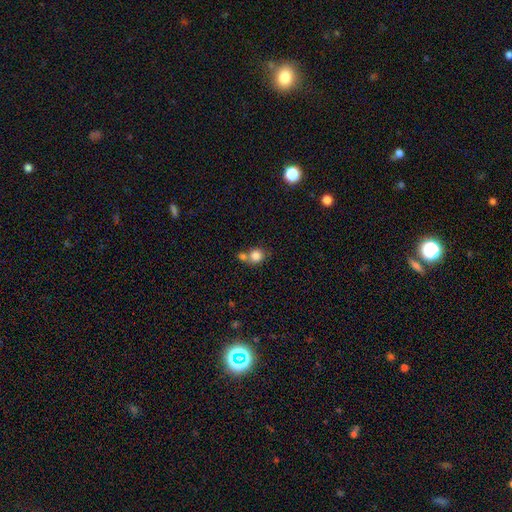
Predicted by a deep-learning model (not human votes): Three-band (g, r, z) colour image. It shows a smooth galaxy with no disk features (83%) that is round (82%). Merging: merger (45%).